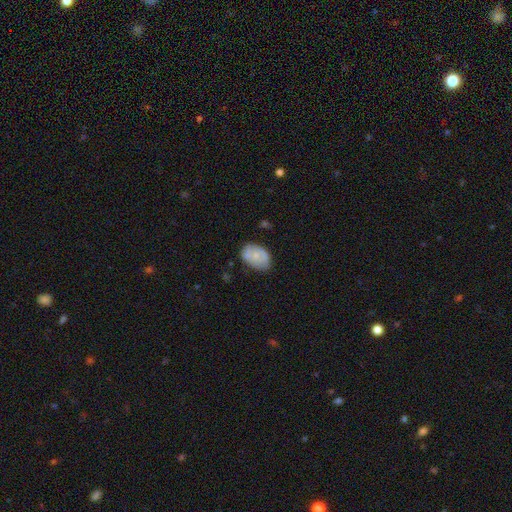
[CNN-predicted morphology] A smooth galaxy with no disk features (60%) that is in between round and cigar-shaped (84%). Merging: none (58%).